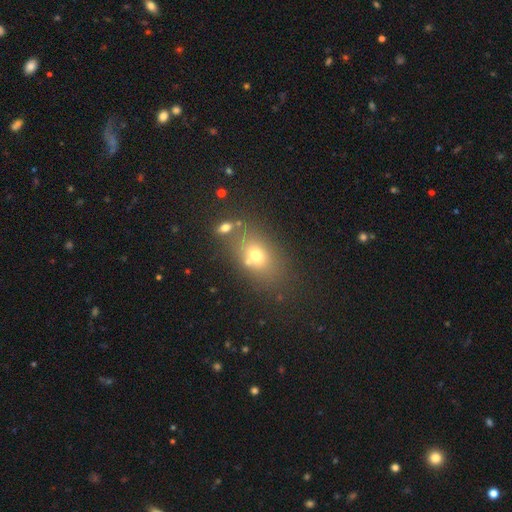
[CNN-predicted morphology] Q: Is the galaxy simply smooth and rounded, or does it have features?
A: smooth — 66%.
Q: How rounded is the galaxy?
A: in between — 71%.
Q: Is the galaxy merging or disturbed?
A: none — 67%.